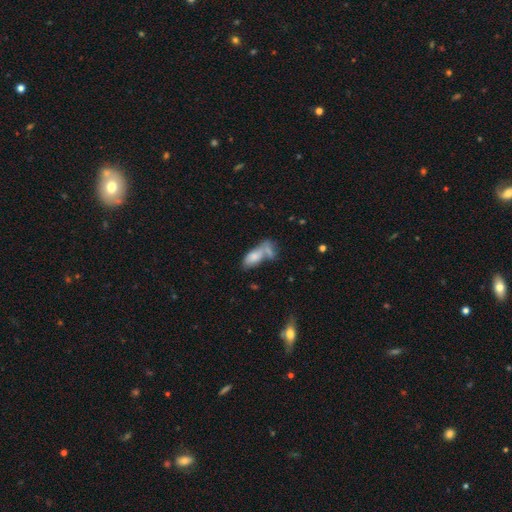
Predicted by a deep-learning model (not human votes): Smooth or featured?
  - smooth: 77% *
  - featured or disk: 15%
  - star or artifact: 8%
How rounded?
  - in between: 83% *
  - cigar-shaped: 14%
  - round: 3%
Merging?
  - merger: 48% *
  - none: 32%
  - minor disturbance: 13%
  - major disturbance: 8%